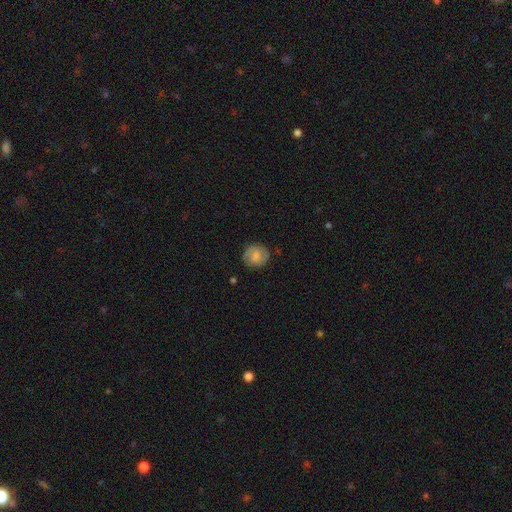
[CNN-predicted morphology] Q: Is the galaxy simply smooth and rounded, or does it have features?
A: smooth — 60%.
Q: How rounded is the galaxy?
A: round — 82%.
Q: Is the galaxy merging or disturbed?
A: none — 80%.